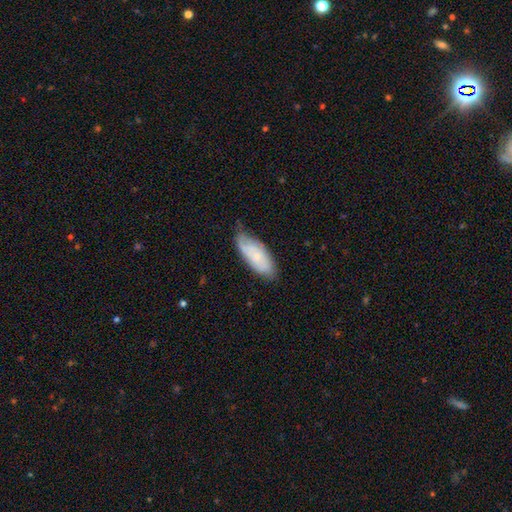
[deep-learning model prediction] Smooth or featured? Predicted: smooth (p=0.58). How rounded? Predicted: in between (p=0.80). Merging? Predicted: none (p=0.60).